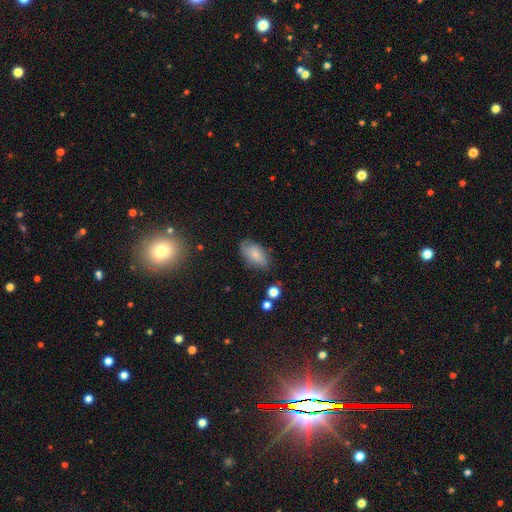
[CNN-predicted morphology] Q: Smooth or featured?
A: smooth (72%); runner-up: featured or disk (20%)
Q: How rounded?
A: in between (92%); runner-up: round (5%)
Q: Merging?
A: none (71%); runner-up: minor disturbance (22%)